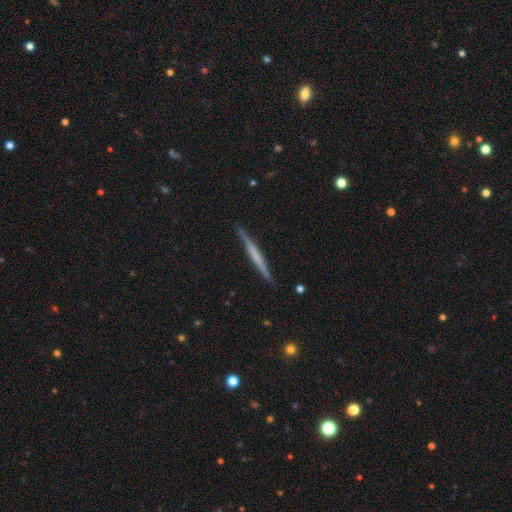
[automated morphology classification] The model was most divided on "smooth or featured": featured or disk: 55%, smooth: 40%, star or artifact: 5%. More confident: edge-on disk — yes (98%); merging — none (90%); edge-on bulge — none (77%).